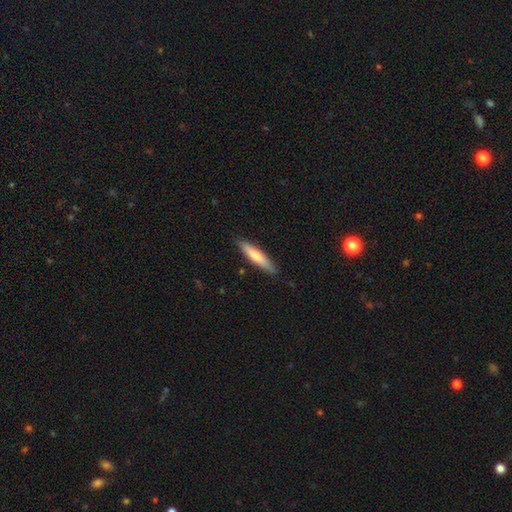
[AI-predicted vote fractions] The model was most divided on "smooth or featured": smooth: 69%, featured or disk: 26%, star or artifact: 5%. More confident: merging — none (87%); how rounded — cigar-shaped (84%).